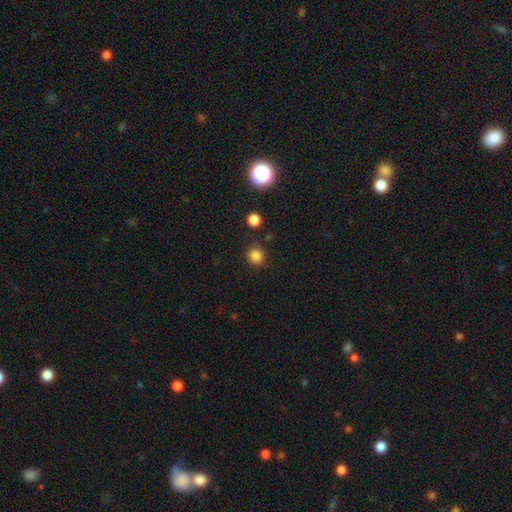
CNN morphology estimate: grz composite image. It shows a smooth galaxy with no disk features (84%) that is round (91%). Merging: none (85%).